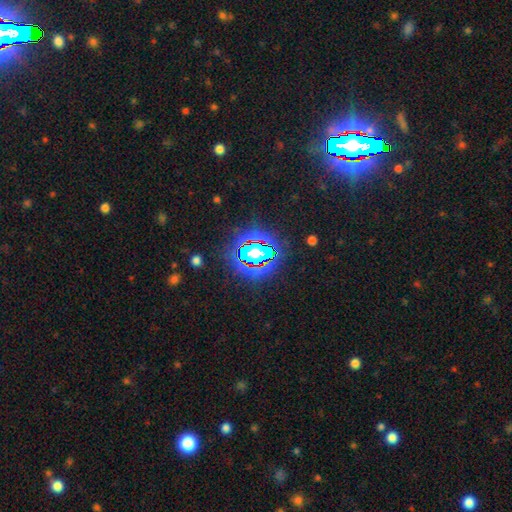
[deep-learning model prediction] A star or artifact, not a galaxy (82%).

Vote fractions:
- Smooth or featured? star or artifact: 82% / smooth: 11% / featured or disk: 7%